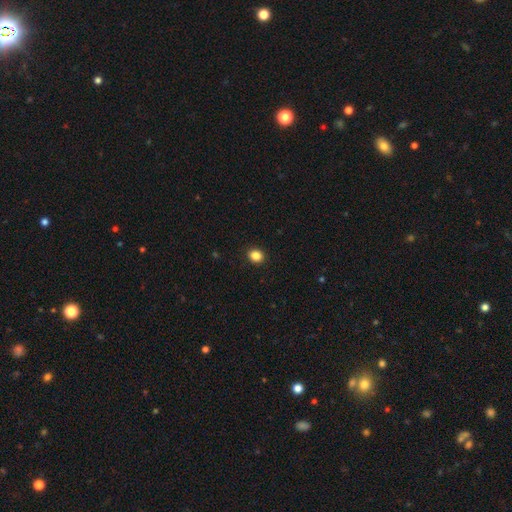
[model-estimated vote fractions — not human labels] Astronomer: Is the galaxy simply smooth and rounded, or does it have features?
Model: smooth — 86%.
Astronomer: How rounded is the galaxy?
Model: round — 70%.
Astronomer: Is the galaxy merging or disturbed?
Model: none — 92%.